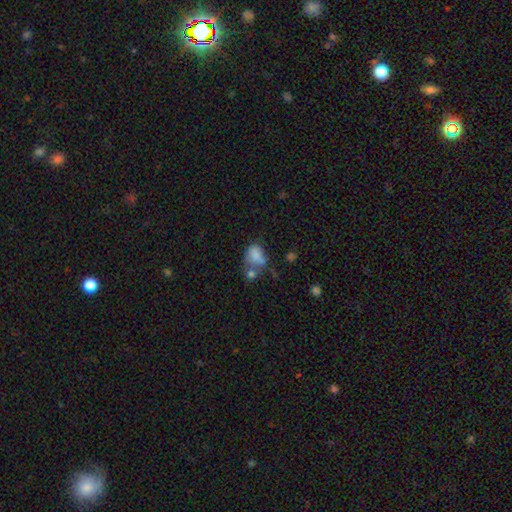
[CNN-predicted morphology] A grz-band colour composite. It shows a smooth galaxy with no disk features (75%) that is in between round and cigar-shaped (76%). Merging: merger (34%).